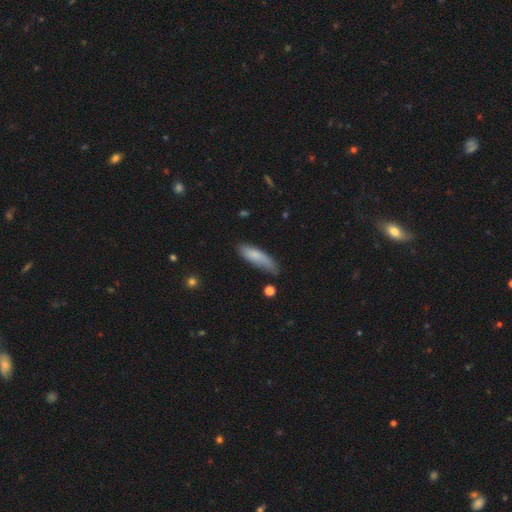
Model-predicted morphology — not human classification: Smooth or featured?
  - smooth: 78% *
  - featured or disk: 16%
  - star or artifact: 6%
How rounded?
  - cigar-shaped: 58% *
  - in between: 40%
  - round: 2%
Merging?
  - none: 54% *
  - minor disturbance: 34%
  - major disturbance: 8%
  - merger: 3%